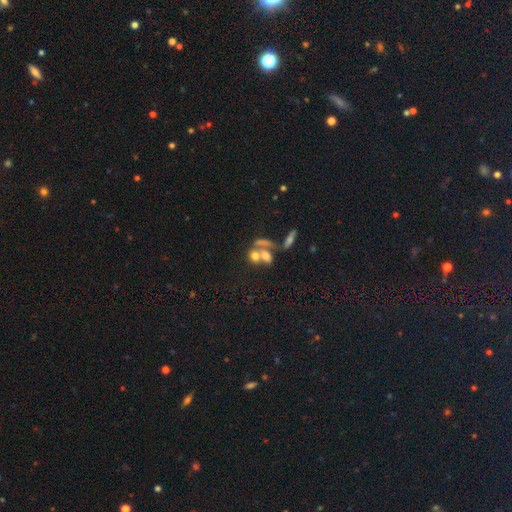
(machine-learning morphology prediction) This is possibly a smooth galaxy (58%). How rounded: possibly in between (57%). Merging: possibly merger (59%).